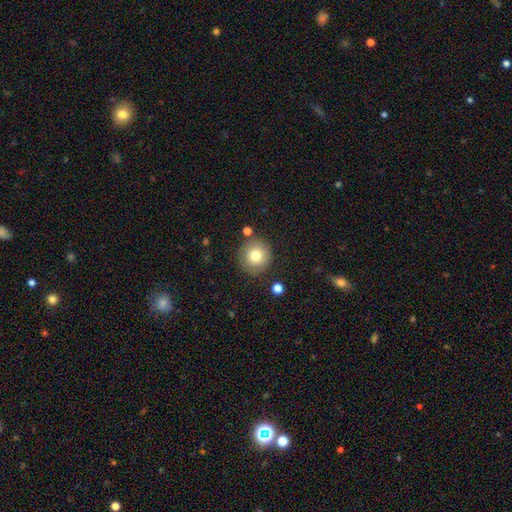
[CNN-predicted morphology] smooth 77%, featured or disk 13%, star or artifact 10%. Down the decision tree: how rounded — round (95%); merging — none (84%).